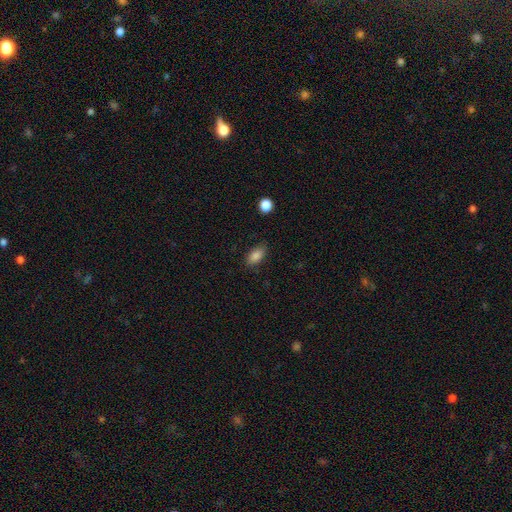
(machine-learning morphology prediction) Smooth or featured? smooth (85%)
How rounded? in between (89%)
Merging? none (83%)